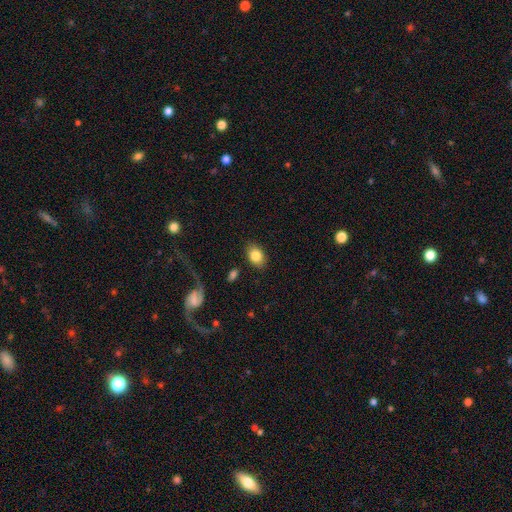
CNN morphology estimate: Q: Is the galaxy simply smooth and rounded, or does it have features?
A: smooth — 83%.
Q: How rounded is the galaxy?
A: in between — 75%.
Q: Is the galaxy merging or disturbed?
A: none — 83%.